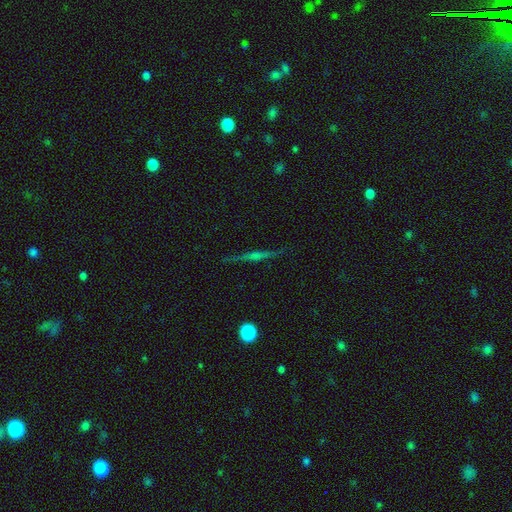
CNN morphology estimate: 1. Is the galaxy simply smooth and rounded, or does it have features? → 64% featured or disk, 19% smooth, 17% star or artifact.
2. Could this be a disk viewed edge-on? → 93% yes, 7% no.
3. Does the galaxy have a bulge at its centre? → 73% rounded, 17% none, 10% boxy.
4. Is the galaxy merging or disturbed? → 87% none, 8% minor disturbance, 3% major disturbance, 2% merger.